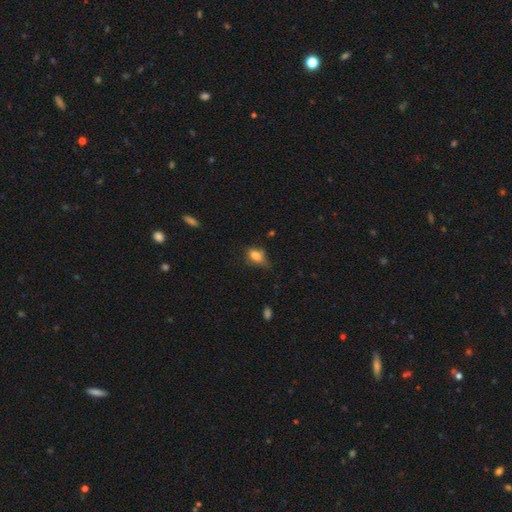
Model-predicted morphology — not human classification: A smooth galaxy with no disk features (78%) that is in between round and cigar-shaped (74%).

Vote fractions:
- Smooth or featured? smooth: 78% / featured or disk: 11% / star or artifact: 10%
- How rounded? in between: 74% / round: 23% / cigar-shaped: 3%
- Merging? none: 43% / minor disturbance: 39% / major disturbance: 15% / merger: 3%